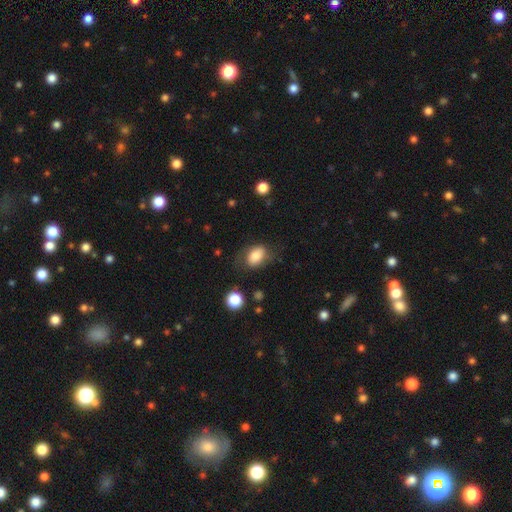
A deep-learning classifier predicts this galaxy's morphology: Q: Smooth or featured?
A: smooth (77%); runner-up: featured or disk (15%)
Q: How rounded?
A: in between (81%); runner-up: round (17%)
Q: Merging?
A: none (63%); runner-up: minor disturbance (23%)